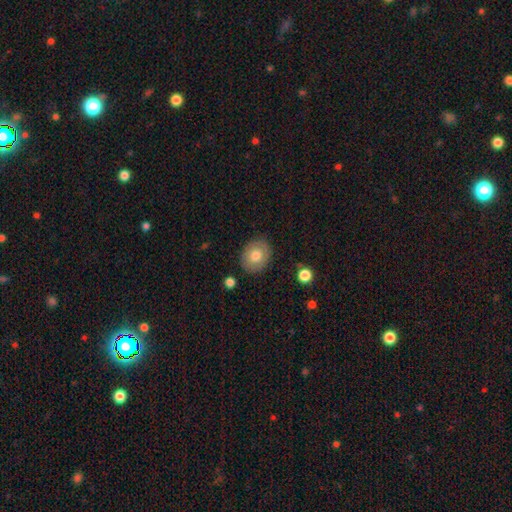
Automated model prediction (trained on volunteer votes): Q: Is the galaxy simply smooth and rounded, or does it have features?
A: smooth — 74%.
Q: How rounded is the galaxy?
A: round — 58%.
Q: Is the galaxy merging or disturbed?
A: none — 86%.